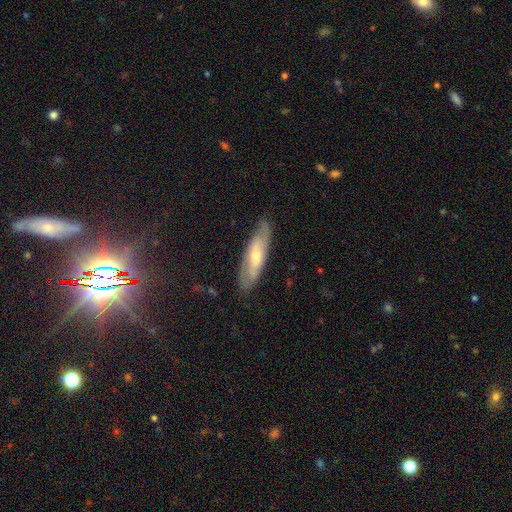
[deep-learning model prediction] Q: Smooth or featured?
A: featured or disk (59%); runner-up: smooth (35%)
Q: Edge-on disk?
A: no (66%); runner-up: yes (34%)
Q: Merging?
A: none (79%); runner-up: minor disturbance (16%)